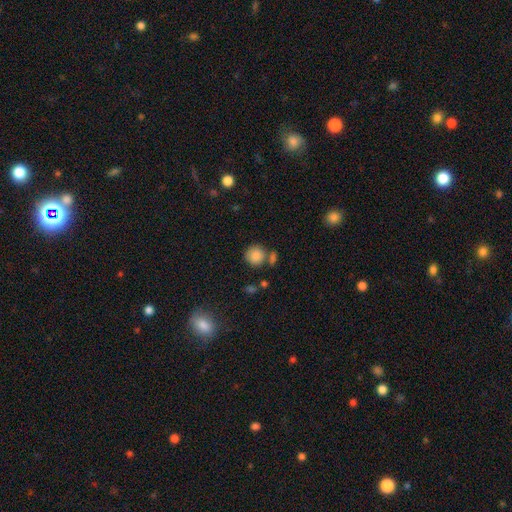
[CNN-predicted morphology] Q: Smooth or featured?
A: smooth (86%); runner-up: star or artifact (9%)
Q: How rounded?
A: round (89%); runner-up: in between (10%)
Q: Merging?
A: none (68%); runner-up: merger (16%)